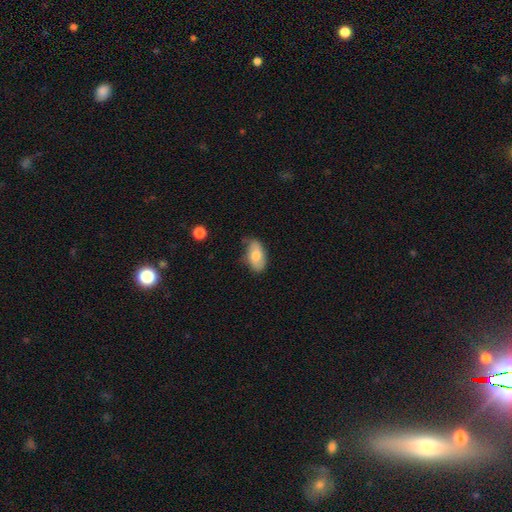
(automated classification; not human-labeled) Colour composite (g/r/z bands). It shows a smooth galaxy with no disk features (69%) that is in between round and cigar-shaped (92%). Merging: none (59%).